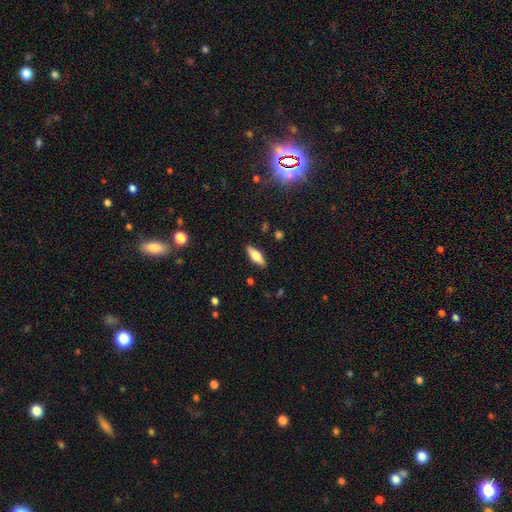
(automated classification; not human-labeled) Morphology: type=smooth (57%); roundness=in between (62%); merging=none (89%).